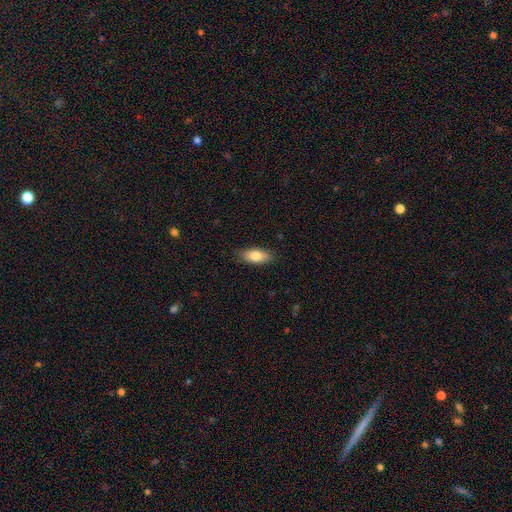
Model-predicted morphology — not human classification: This is clearly a smooth galaxy (81%). How rounded: clearly in between (83%). Merging: clearly none (86%).